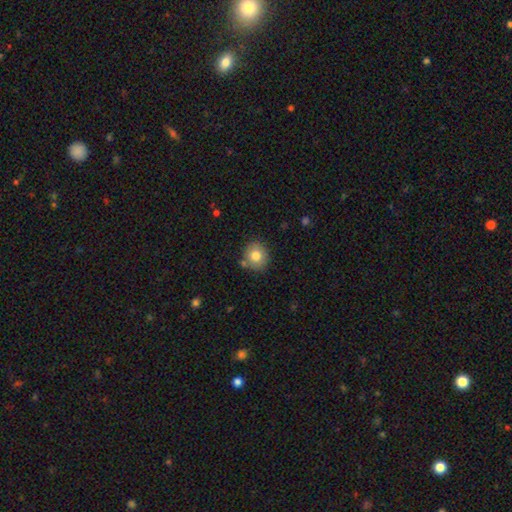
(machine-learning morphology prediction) This appears to be a smooth galaxy with no disk features (78%) that is round (76%). Merging: none (79%).